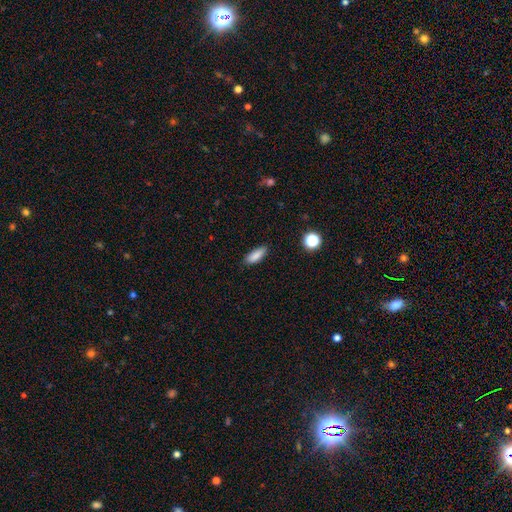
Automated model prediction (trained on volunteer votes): This is clearly a smooth galaxy (85%). How rounded: likely in between (66%). Merging: clearly none (84%).